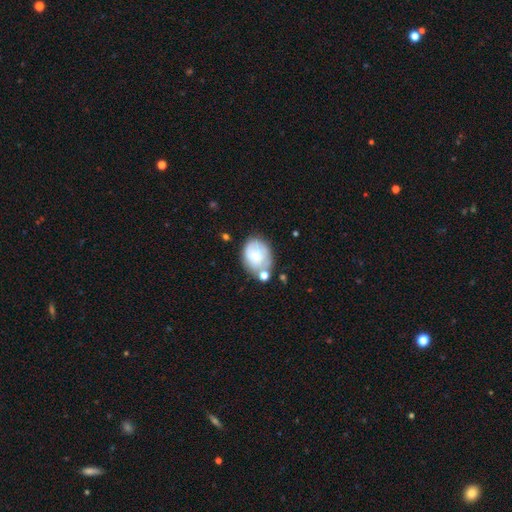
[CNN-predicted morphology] Smooth or featured? Predicted: smooth (p=0.65). How rounded? Predicted: in between (p=0.65). Merging? Predicted: none (p=0.49).